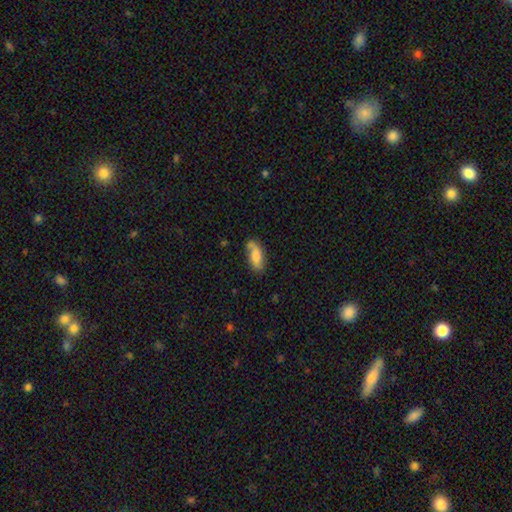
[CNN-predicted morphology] smooth 68%, featured or disk 25%, star or artifact 7%. Down the decision tree: how rounded — in between (80%); merging — none (66%).